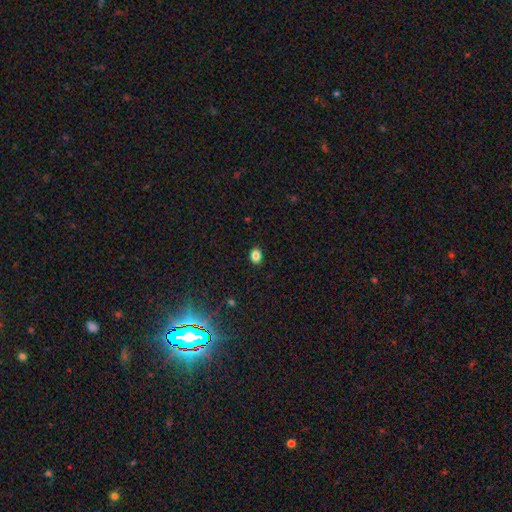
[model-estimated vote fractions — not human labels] Overall: smooth (84%). How rounded: in between (67%; round 32%). Merging: none (89%).